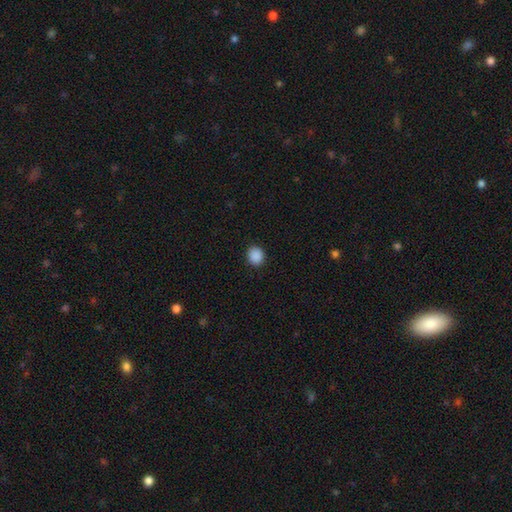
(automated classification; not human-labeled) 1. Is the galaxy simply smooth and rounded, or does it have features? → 89% smooth, 9% star or artifact, 2% featured or disk.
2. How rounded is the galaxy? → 82% round, 17% in between, 1% cigar-shaped.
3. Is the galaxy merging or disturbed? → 92% none, 5% minor disturbance, 2% major disturbance, 1% merger.